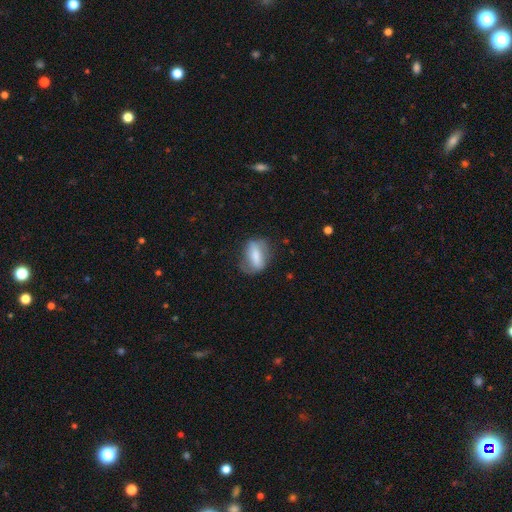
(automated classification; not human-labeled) Smooth or featured? Predicted: smooth (p=0.60). How rounded? Predicted: in between (p=0.73). Merging? Predicted: none (p=0.62).